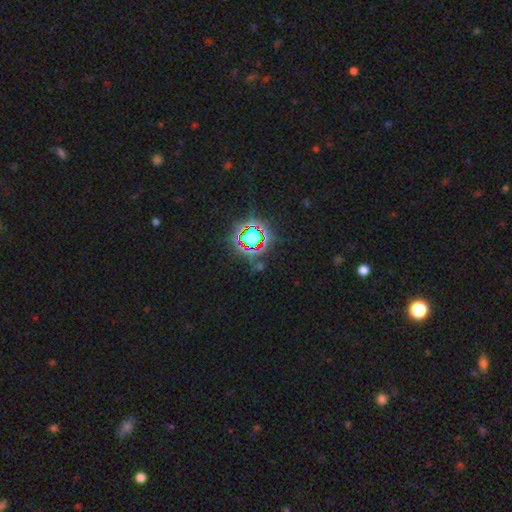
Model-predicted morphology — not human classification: type=star or artifact (81%).